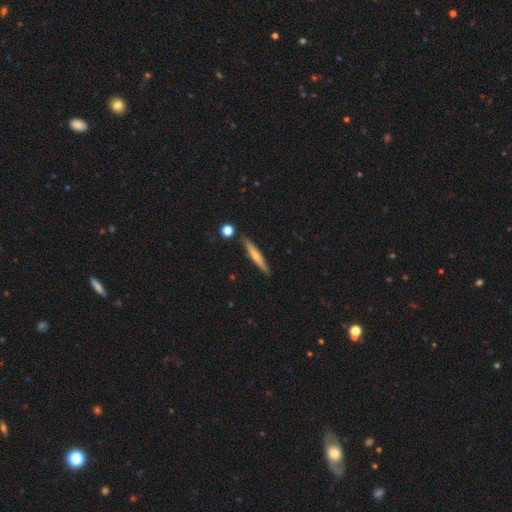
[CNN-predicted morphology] type=smooth (57%); roundness=cigar-shaped (94%); merging=none (86%).